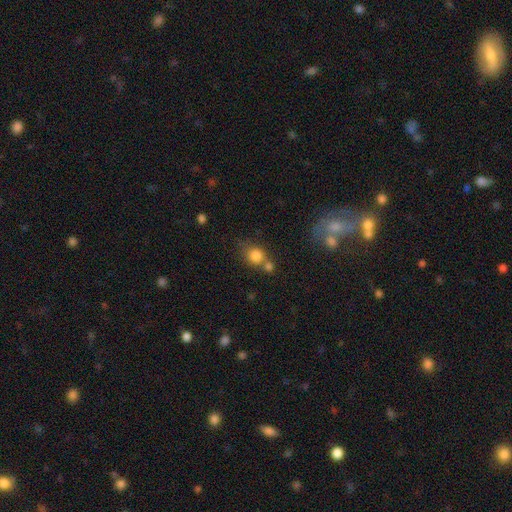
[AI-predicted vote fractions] Smooth or featured?
  - smooth: 82% *
  - star or artifact: 11%
  - featured or disk: 8%
How rounded?
  - round: 77% *
  - in between: 22%
  - cigar-shaped: 1%
Merging?
  - none: 49% *
  - merger: 33%
  - minor disturbance: 12%
  - major disturbance: 6%